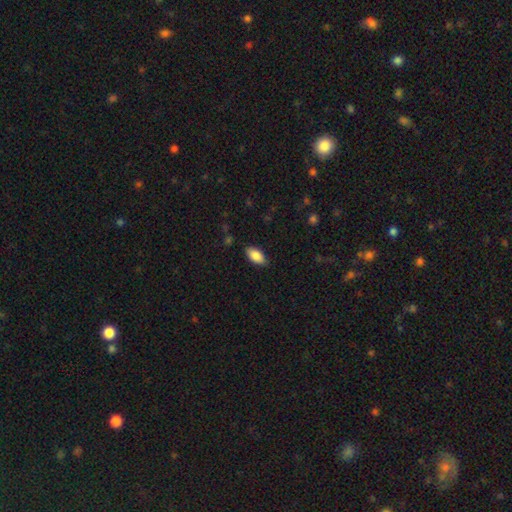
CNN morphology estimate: Smooth or featured?
  - smooth: 86% *
  - featured or disk: 7%
  - star or artifact: 7%
How rounded?
  - in between: 92% *
  - cigar-shaped: 5%
  - round: 3%
Merging?
  - none: 84% *
  - minor disturbance: 12%
  - major disturbance: 3%
  - merger: 1%